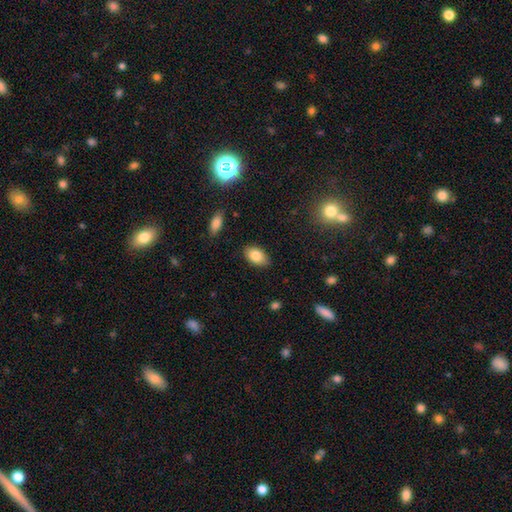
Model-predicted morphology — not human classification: A smooth galaxy with no disk features (82%) that is in between round and cigar-shaped (91%).

Vote fractions:
- Smooth or featured? smooth: 82% / featured or disk: 10% / star or artifact: 8%
- How rounded? in between: 91% / round: 8% / cigar-shaped: 2%
- Merging? none: 83% / minor disturbance: 13% / major disturbance: 2% / merger: 1%